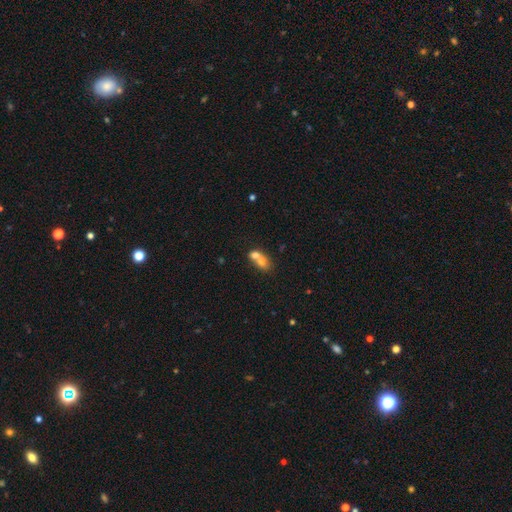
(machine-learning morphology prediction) smooth_or_featured: smooth (p=0.67) [alt: featured or disk p=0.23]
how_rounded: in between (p=0.54) [alt: round p=0.43]
merging: merger (p=0.72) [alt: none p=0.19]